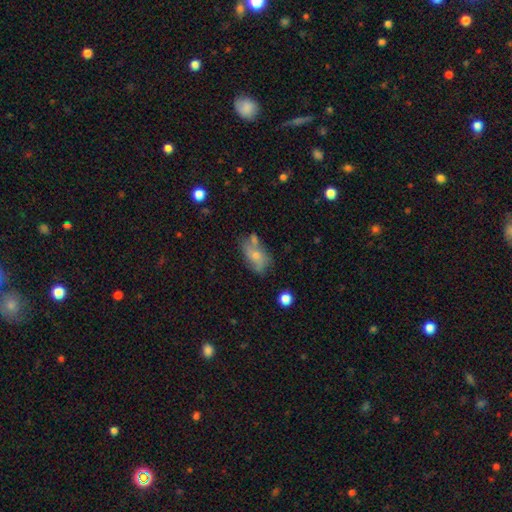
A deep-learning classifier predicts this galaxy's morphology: Overall: smooth (57%; featured or disk 34%). How rounded: in between (87%). Merging: none (45%; minor disturbance 25%).